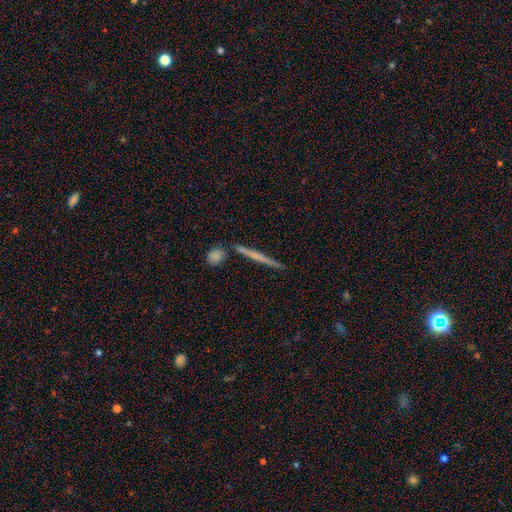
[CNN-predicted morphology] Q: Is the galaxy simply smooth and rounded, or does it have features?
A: featured or disk — 47%.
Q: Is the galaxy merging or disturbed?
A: none — 83%.